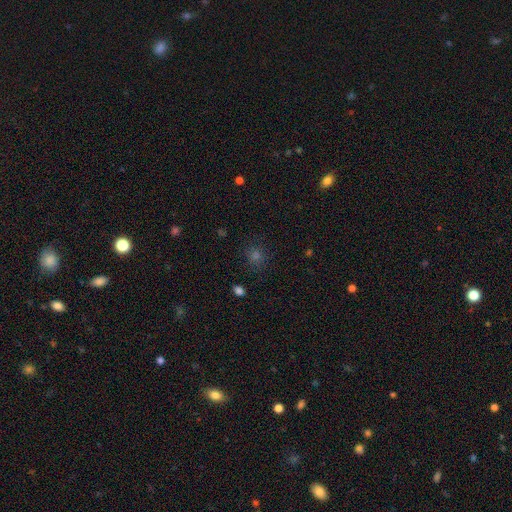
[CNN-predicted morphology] smooth 59%, star or artifact 34%, featured or disk 8%. Down the decision tree: how rounded — round (86%); merging — none (86%).